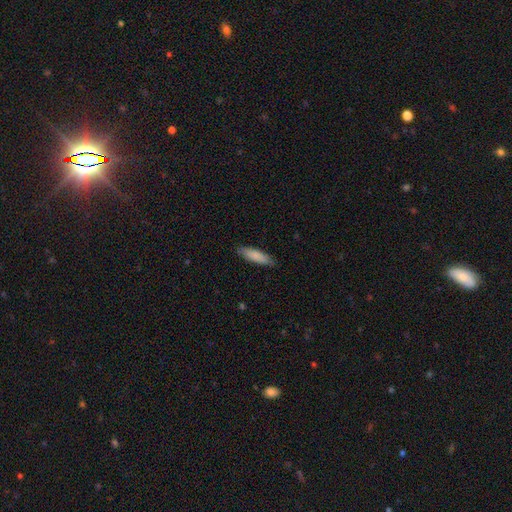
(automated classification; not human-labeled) smooth 84%, featured or disk 11%, star or artifact 5%. Down the decision tree: how rounded — cigar-shaped (67%); merging — none (85%).